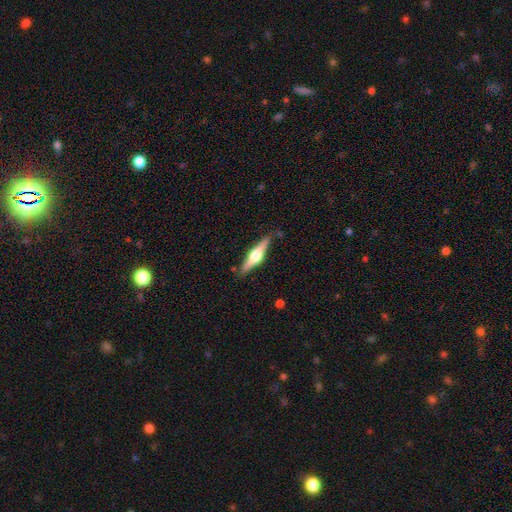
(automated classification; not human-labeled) smooth_or_featured: featured or disk (p=0.73) [alt: smooth p=0.22]
disk_edge_on: yes (p=0.97) [alt: no p=0.03]
edge_on_bulge: rounded (p=0.95) [alt: boxy p=0.04]
merging: none (p=0.86) [alt: minor disturbance p=0.10]